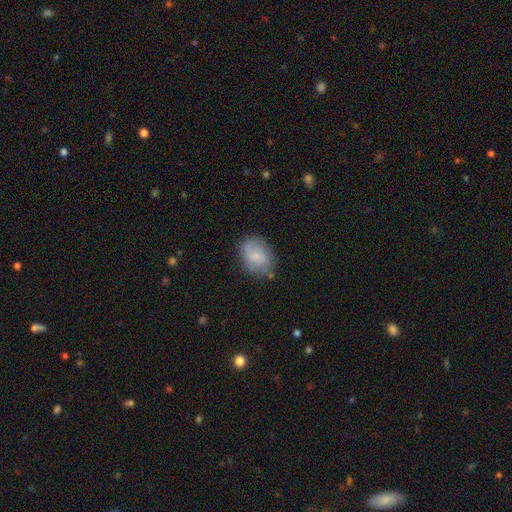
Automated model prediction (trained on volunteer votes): This is likely a smooth galaxy (64%). How rounded: likely in between (70%). Merging: likely none (70%).